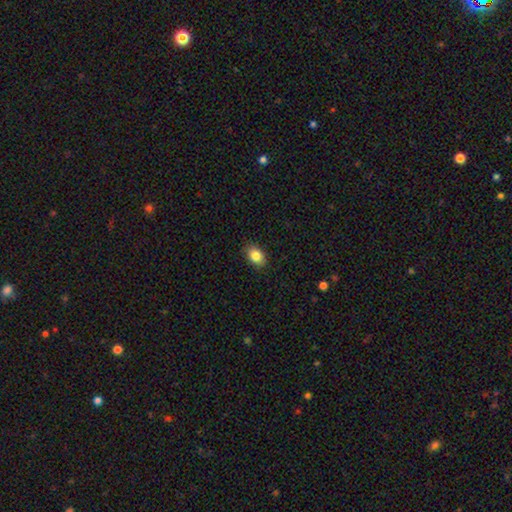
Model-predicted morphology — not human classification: This appears to be a smooth galaxy with no disk features (85%) that is in between round and cigar-shaped (76%). Merging: none (89%).